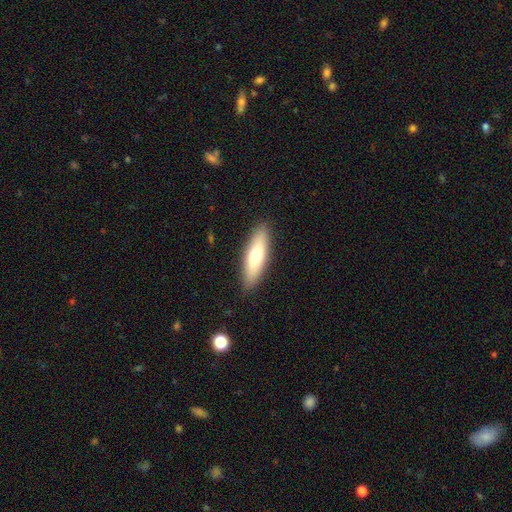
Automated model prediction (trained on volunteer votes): Q: Smooth or featured?
A: smooth (65%); runner-up: featured or disk (29%)
Q: How rounded?
A: cigar-shaped (55%); runner-up: in between (43%)
Q: Merging?
A: none (89%); runner-up: minor disturbance (8%)